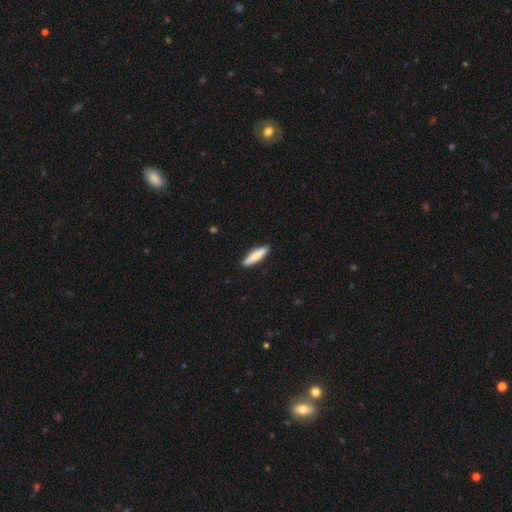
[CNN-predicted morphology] Smooth or featured? smooth (78%)
How rounded? cigar-shaped (83%)
Merging? none (91%)